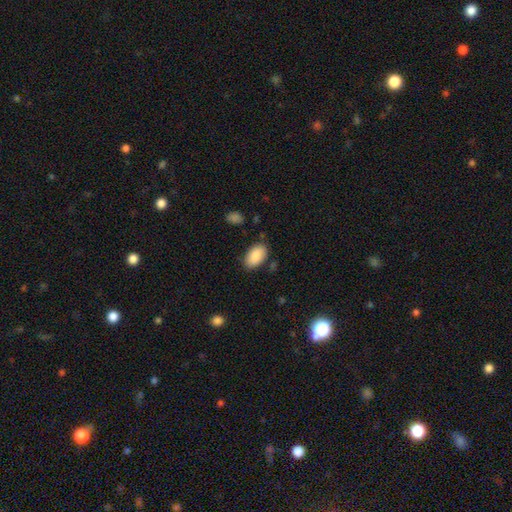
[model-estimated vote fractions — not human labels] Q: Smooth or featured?
A: smooth (89%); runner-up: star or artifact (6%)
Q: How rounded?
A: in between (94%); runner-up: round (5%)
Q: Merging?
A: none (82%); runner-up: minor disturbance (13%)